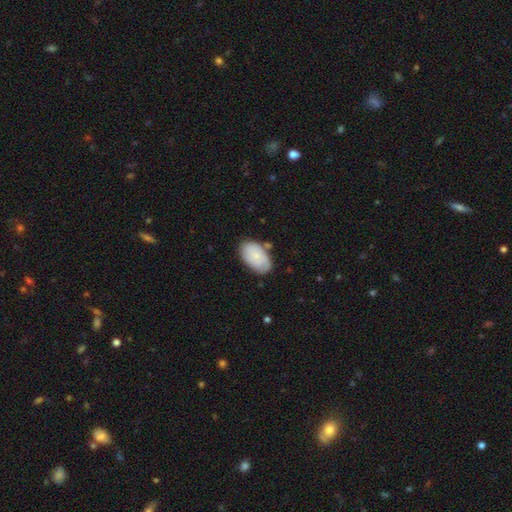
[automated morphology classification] Overall: smooth (73%). How rounded: in between (94%). Merging: none (72%).